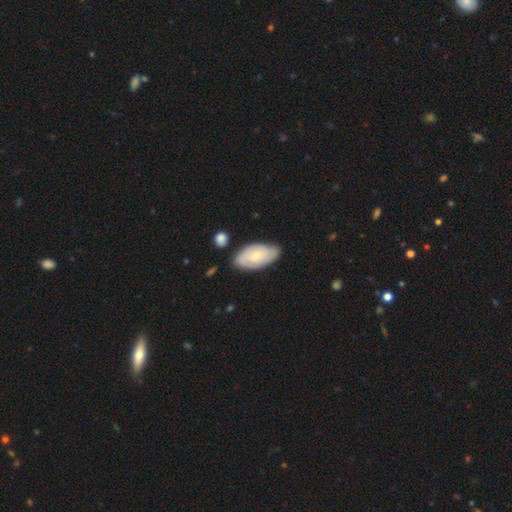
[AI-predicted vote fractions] Overall: smooth (55%; featured or disk 39%). How rounded: in between (93%). Merging: none (70%).